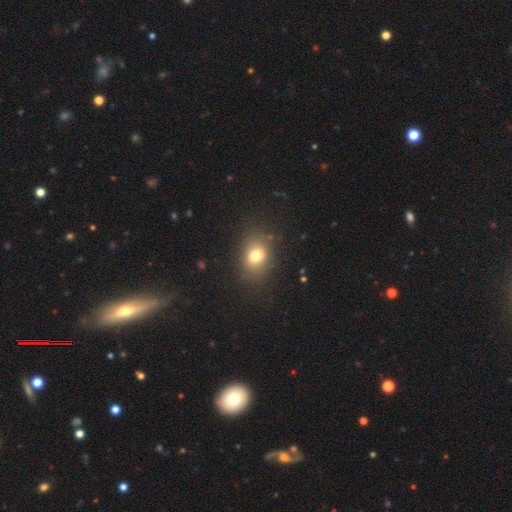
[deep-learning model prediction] Overall: smooth (73%). How rounded: in between (62%; round 36%). Merging: none (79%).